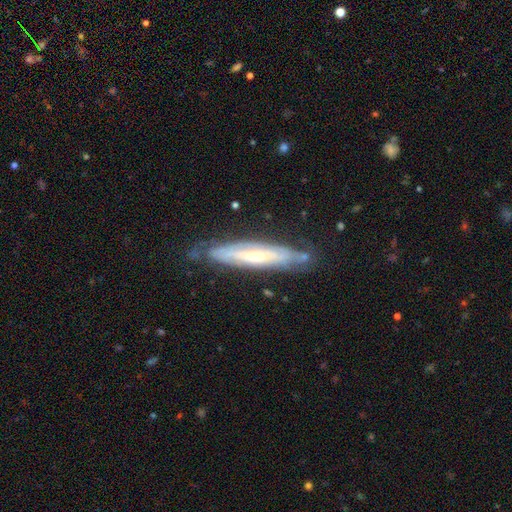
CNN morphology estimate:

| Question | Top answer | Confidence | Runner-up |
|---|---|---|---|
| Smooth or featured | featured or disk | 75% | smooth (19%) |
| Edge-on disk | yes | 57% | no (43%) |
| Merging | none | 73% | minor disturbance (20%) |